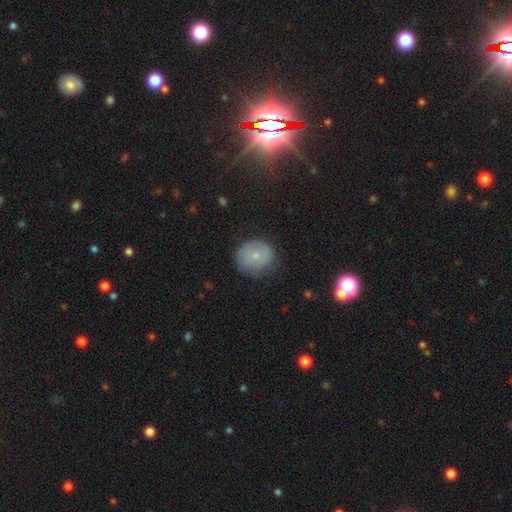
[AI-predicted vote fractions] This appears to be a smooth galaxy with no disk features (64%) that is round (79%). Merging: none (74%).